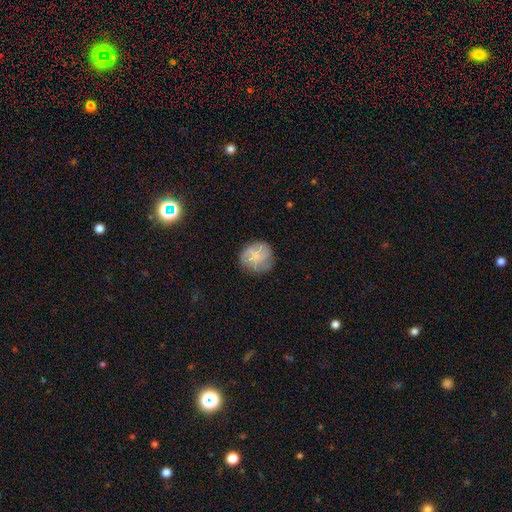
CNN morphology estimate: A smooth galaxy with no disk features (54%) that is round (84%). Merging: none (75%).